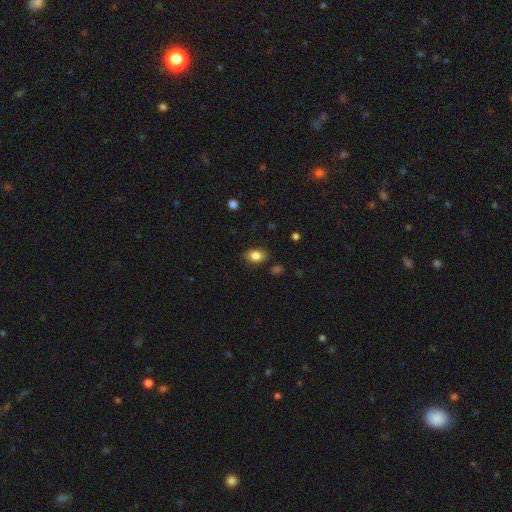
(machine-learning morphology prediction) This appears to be a smooth galaxy with no disk features (84%) that is in between round and cigar-shaped (79%). Merging: none (85%).